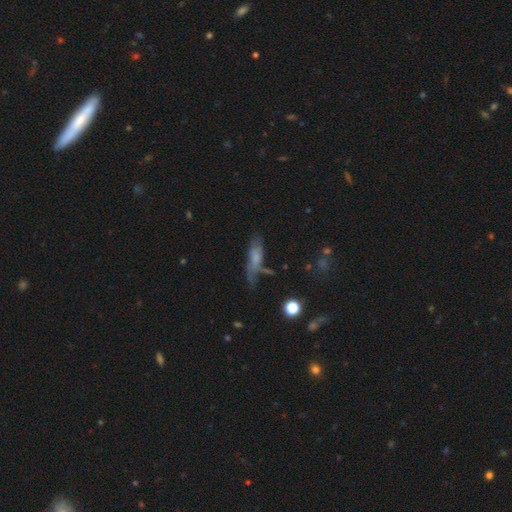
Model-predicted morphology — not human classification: Overall: smooth (51%; featured or disk 34%). How rounded: cigar-shaped (57%; in between 39%). Merging: none (45%; minor disturbance 29%).